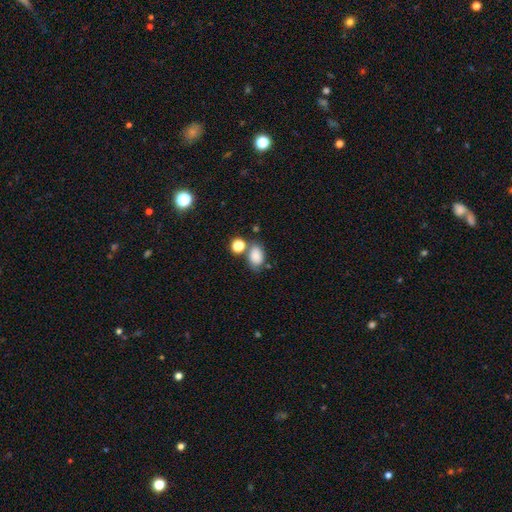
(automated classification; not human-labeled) Smooth or featured? smooth (83%)
How rounded? in between (81%)
Merging? none (58%)